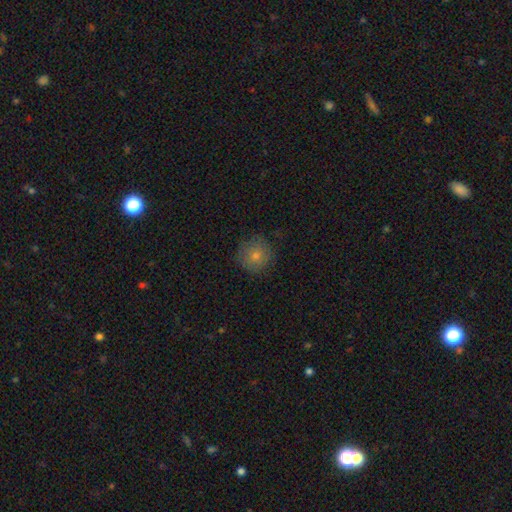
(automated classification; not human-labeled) smooth-or-featured: smooth: 73% | star or artifact: 14% | featured or disk: 13%
  how-rounded: round: 95% | in between: 4% | cigar-shaped: 1%
  merging: none: 86% | minor disturbance: 10% | major disturbance: 2% | merger: 1%